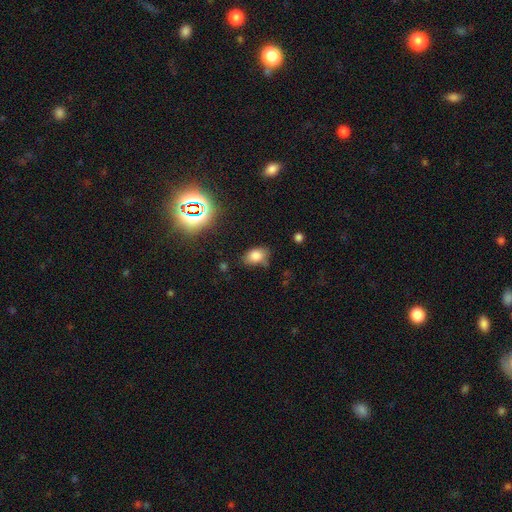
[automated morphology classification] type=smooth (79%); roundness=in between (80%); merging=none (65%).